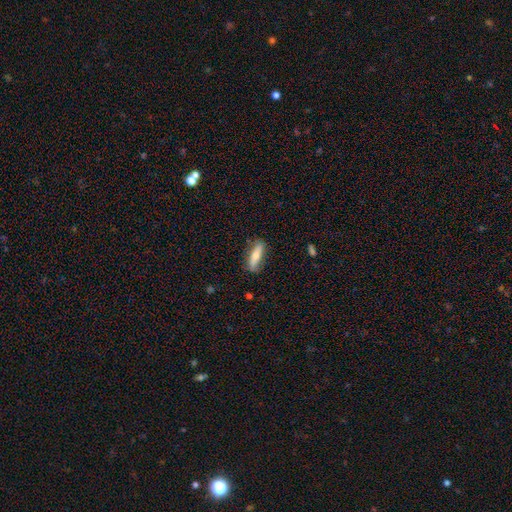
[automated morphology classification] Smooth or featured? Predicted: smooth (p=0.63). How rounded? Predicted: cigar-shaped (p=0.62). Merging? Predicted: none (p=0.80).